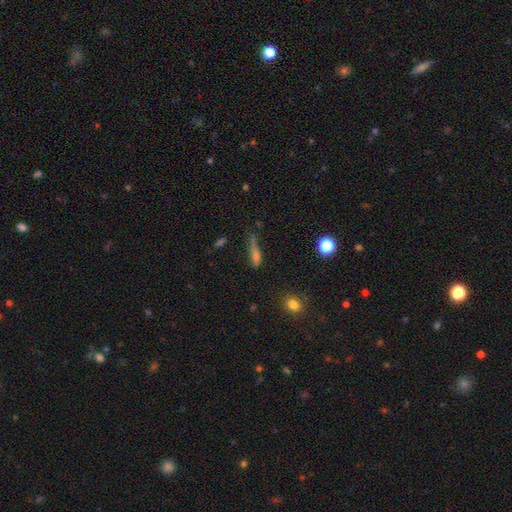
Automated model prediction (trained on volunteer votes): A smooth galaxy with no disk features (56%) that is cigar-shaped (75%).

Vote fractions:
- Smooth or featured? smooth: 56% / featured or disk: 26% / star or artifact: 17%
- How rounded? cigar-shaped: 75% / in between: 20% / round: 5%
- Merging? none: 46% / minor disturbance: 28% / major disturbance: 20% / merger: 6%